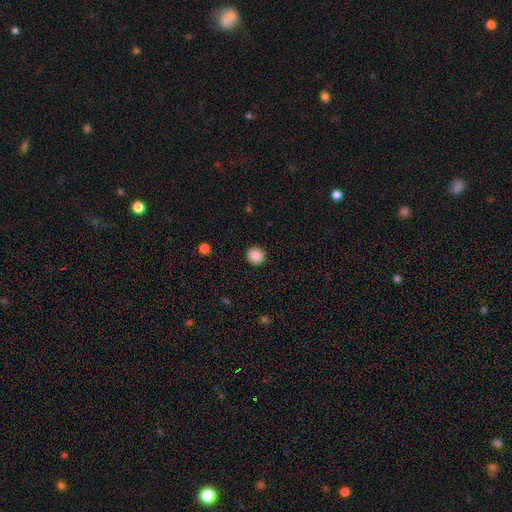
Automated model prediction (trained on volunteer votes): smooth_or_featured: smooth (p=0.88) [alt: star or artifact p=0.09]
how_rounded: round (p=0.92) [alt: in between p=0.07]
merging: none (p=0.92) [alt: minor disturbance p=0.05]